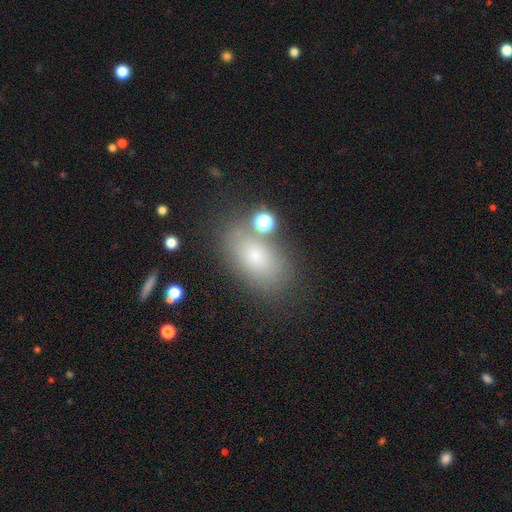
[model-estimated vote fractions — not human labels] smooth 71%, featured or disk 15%, star or artifact 14%. Down the decision tree: how rounded — in between (85%); merging — none (72%).